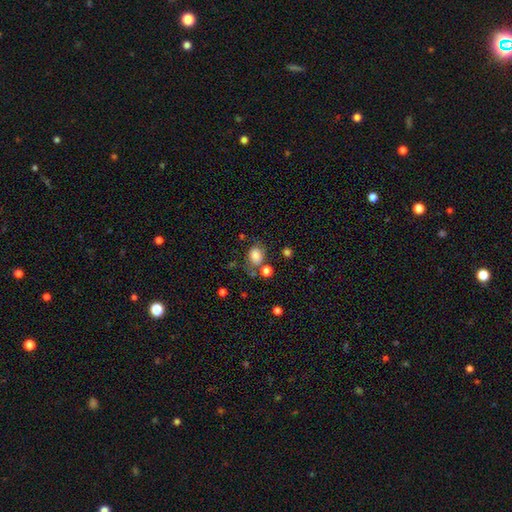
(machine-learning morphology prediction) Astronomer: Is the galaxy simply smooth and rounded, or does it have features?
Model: smooth — 80%.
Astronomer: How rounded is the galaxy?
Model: in between — 61% (runner-up: round, 38%).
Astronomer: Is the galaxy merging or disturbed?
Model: none — 58%.